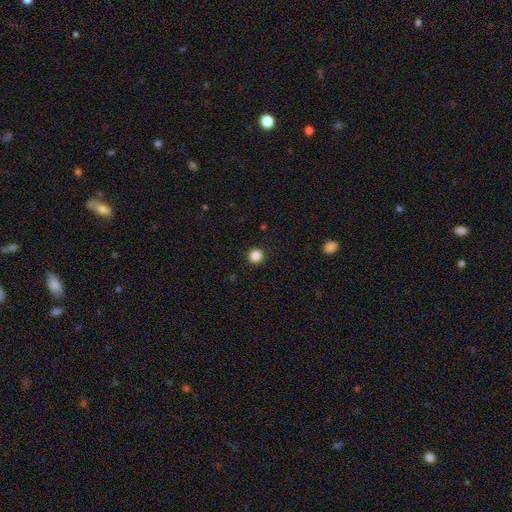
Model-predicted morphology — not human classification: smooth 86%, star or artifact 11%, featured or disk 3%. Down the decision tree: how rounded — round (85%); merging — none (91%).